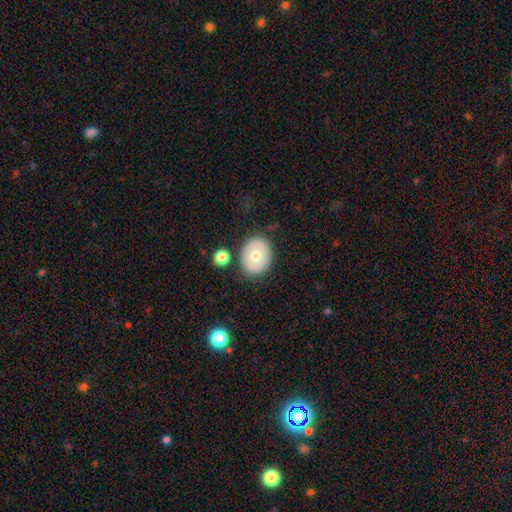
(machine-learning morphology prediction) smooth 61%, featured or disk 31%, star or artifact 7%. Down the decision tree: how rounded — round (51%); merging — none (80%).